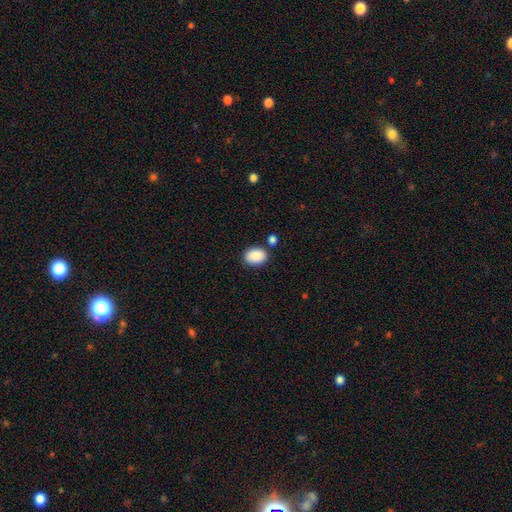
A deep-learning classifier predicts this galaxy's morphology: Smooth or featured? Predicted: smooth (p=0.89). How rounded? Predicted: in between (p=0.79). Merging? Predicted: none (p=0.79).